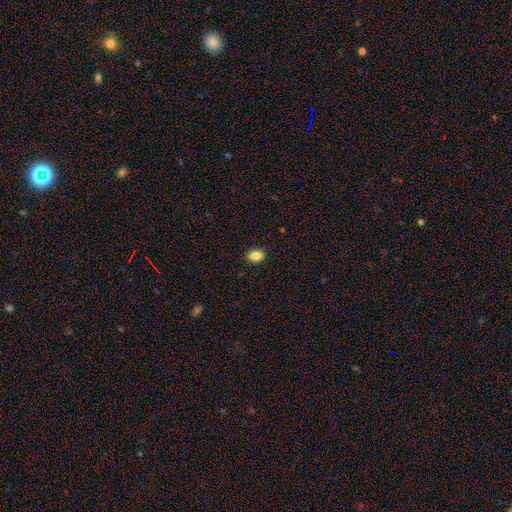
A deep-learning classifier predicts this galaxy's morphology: This is clearly a smooth galaxy (86%). How rounded: likely in between (75%). Merging: clearly none (88%).